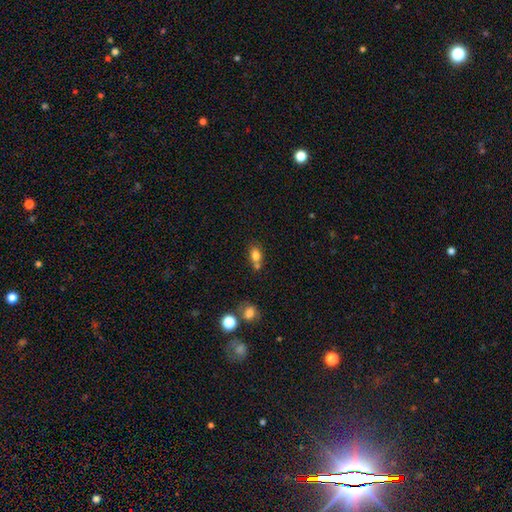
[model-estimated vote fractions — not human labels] Smooth or featured? Predicted: smooth (p=0.78). How rounded? Predicted: in between (p=0.72). Merging? Predicted: none (p=0.45).